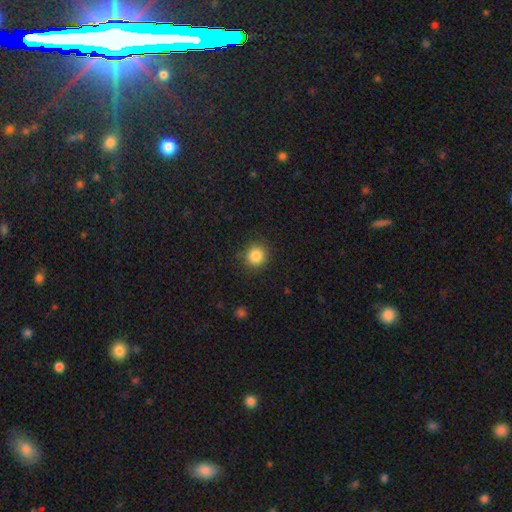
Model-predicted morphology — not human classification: Q: Smooth or featured?
A: smooth (85%); runner-up: star or artifact (11%)
Q: How rounded?
A: round (91%); runner-up: in between (8%)
Q: Merging?
A: none (88%); runner-up: minor disturbance (9%)